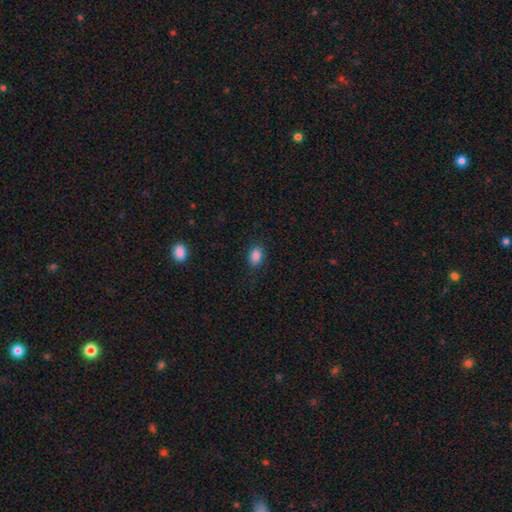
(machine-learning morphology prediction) A smooth galaxy with no disk features (87%) that is in between round and cigar-shaped (83%). Merging: none (86%).